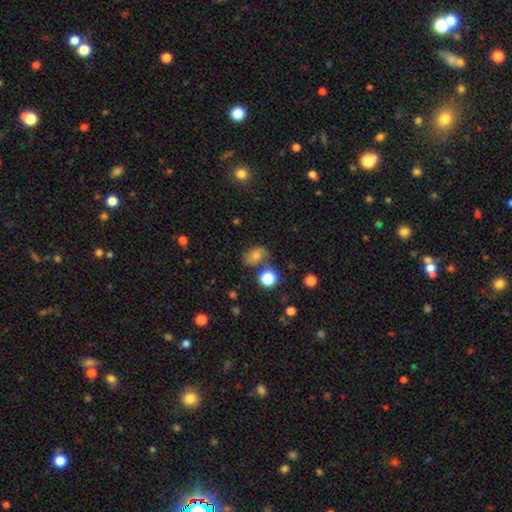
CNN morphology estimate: Smooth or featured?
  - smooth: 45% *
  - featured or disk: 38%
  - star or artifact: 17%
Merging?
  - none: 64% *
  - minor disturbance: 20%
  - major disturbance: 8%
  - merger: 8%